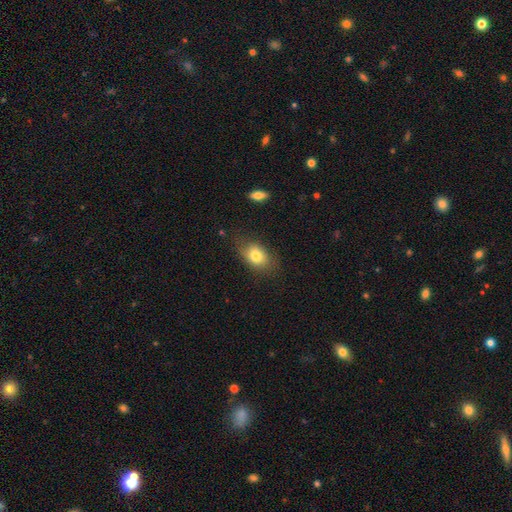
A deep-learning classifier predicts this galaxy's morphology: The model was most divided on "merging": none: 71%, minor disturbance: 21%, major disturbance: 6%, merger: 2%. More confident: smooth or featured — smooth (80%); how rounded — in between (78%).